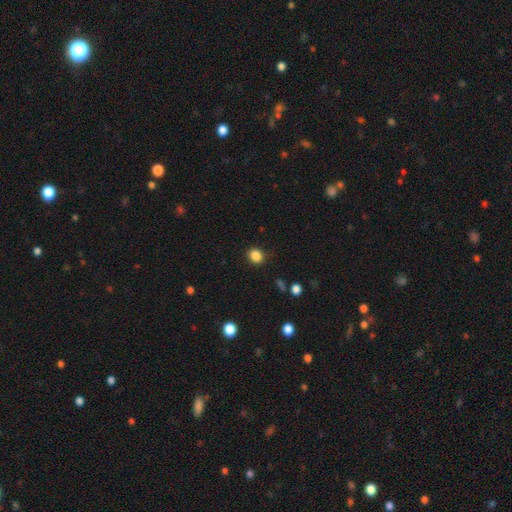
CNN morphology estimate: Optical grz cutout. It shows a smooth galaxy with no disk features (86%) that is round (66%). Merging: none (85%).